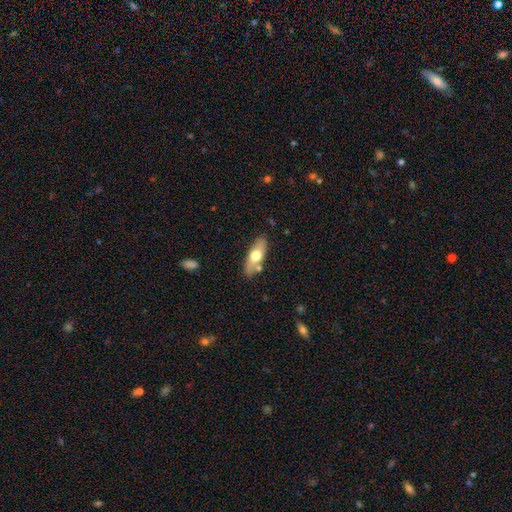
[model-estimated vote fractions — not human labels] This is likely a smooth galaxy (61%). How rounded: likely in between (71%). Merging: likely none (79%).